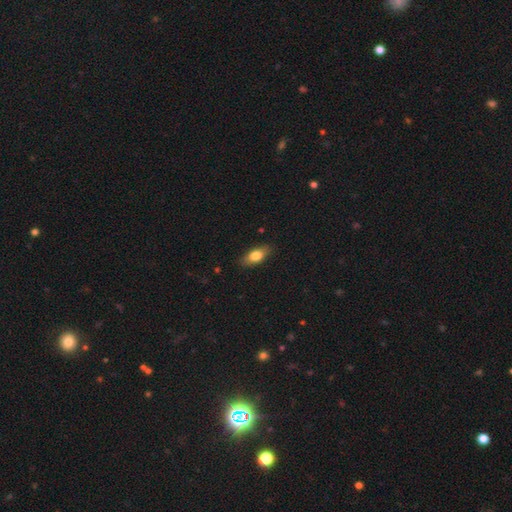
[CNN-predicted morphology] smooth 76%, featured or disk 17%, star or artifact 7%. Down the decision tree: how rounded — in between (82%); merging — none (85%).